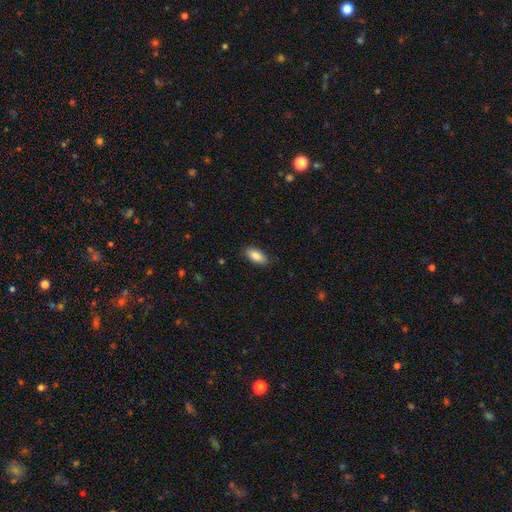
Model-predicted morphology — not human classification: Q: Smooth or featured?
A: smooth (88%); runner-up: star or artifact (6%)
Q: How rounded?
A: in between (89%); runner-up: cigar-shaped (8%)
Q: Merging?
A: none (85%); runner-up: minor disturbance (11%)